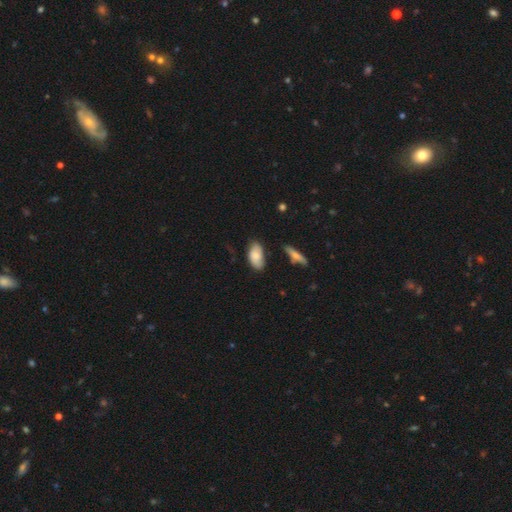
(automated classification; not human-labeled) smooth-or-featured: smooth: 76% | featured or disk: 18% | star or artifact: 7%
  how-rounded: in between: 93% | cigar-shaped: 4% | round: 3%
  merging: none: 70% | minor disturbance: 22% | major disturbance: 4% | merger: 3%